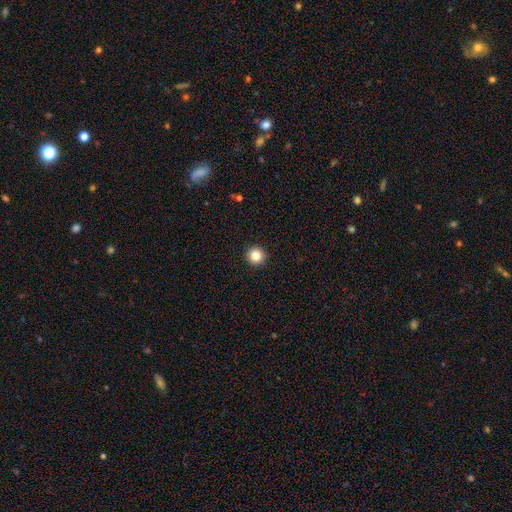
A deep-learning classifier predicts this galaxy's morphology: smooth-or-featured: smooth: 83% | star or artifact: 11% | featured or disk: 5%
  how-rounded: round: 96% | in between: 3% | cigar-shaped: 1%
  merging: none: 94% | minor disturbance: 4% | major disturbance: 1% | merger: 1%